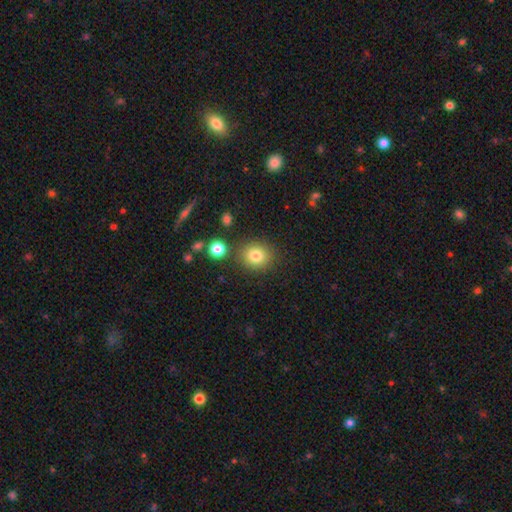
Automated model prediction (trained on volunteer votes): Morphology: type=smooth (81%); roundness=round (79%); merging=none (83%).